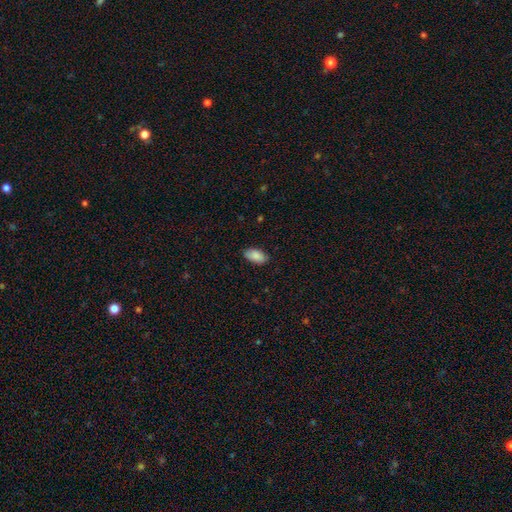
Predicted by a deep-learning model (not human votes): A smooth galaxy with no disk features (87%) that is in between round and cigar-shaped (95%). Merging: none (85%).